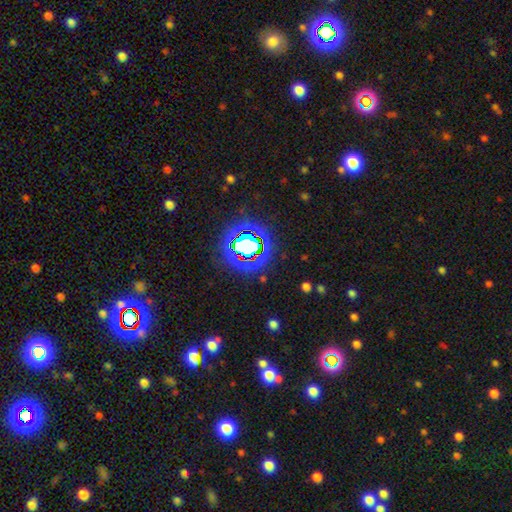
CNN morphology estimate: type=star or artifact (72%).